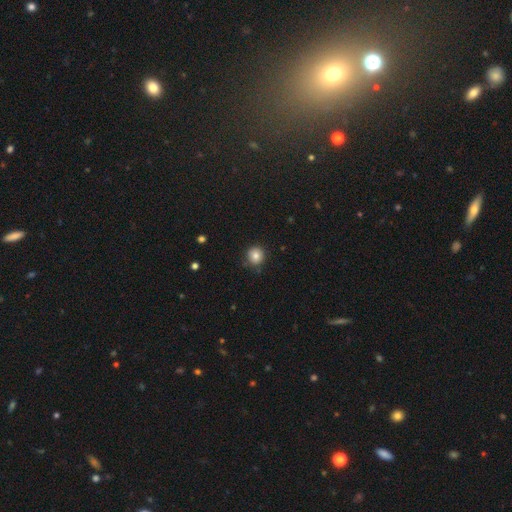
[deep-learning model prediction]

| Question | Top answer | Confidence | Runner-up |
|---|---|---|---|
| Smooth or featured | smooth | 81% | star or artifact (11%) |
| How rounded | round | 93% | in between (7%) |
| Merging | none | 83% | minor disturbance (13%) |